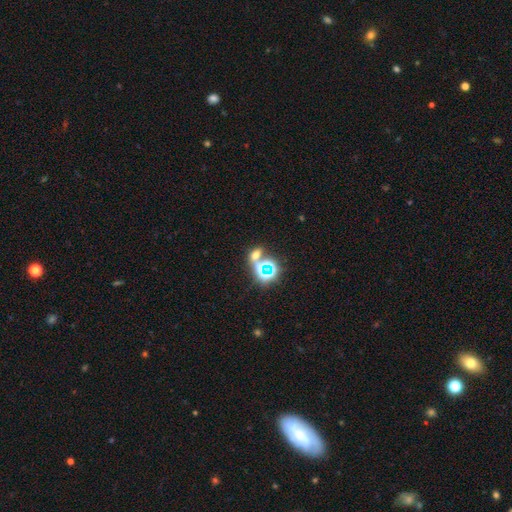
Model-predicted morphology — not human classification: smooth 46%, star or artifact 42%, featured or disk 12%. Down the decision tree: merging — none (52%).